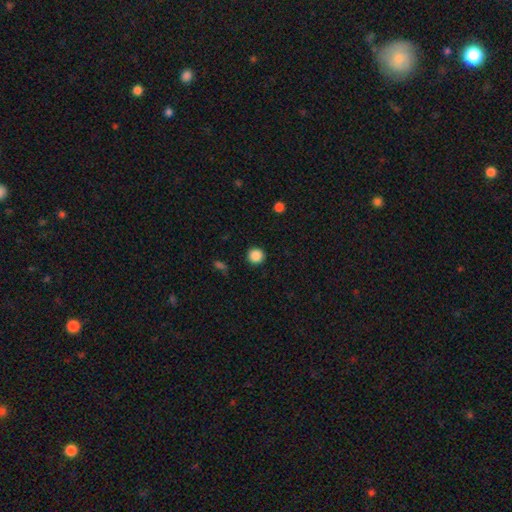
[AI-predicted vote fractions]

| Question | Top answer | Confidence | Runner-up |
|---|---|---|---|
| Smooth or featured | smooth | 87% | star or artifact (10%) |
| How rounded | round | 95% | in between (4%) |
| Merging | none | 92% | minor disturbance (5%) |